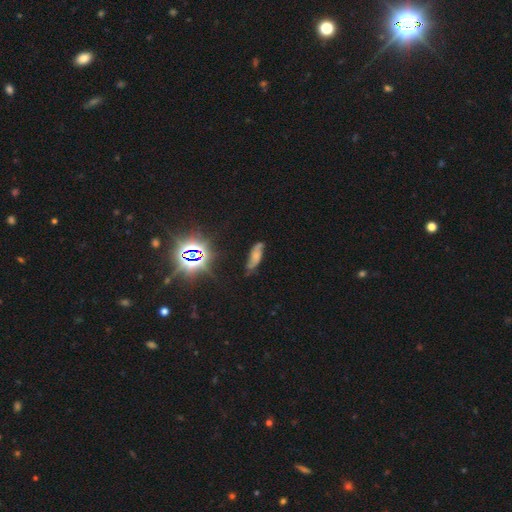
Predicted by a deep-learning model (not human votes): A featured or disk galaxy (44%).

Vote fractions:
- Smooth or featured? featured or disk: 44% / smooth: 36% / star or artifact: 20%
- Merging? none: 63% / minor disturbance: 25% / major disturbance: 9% / merger: 3%